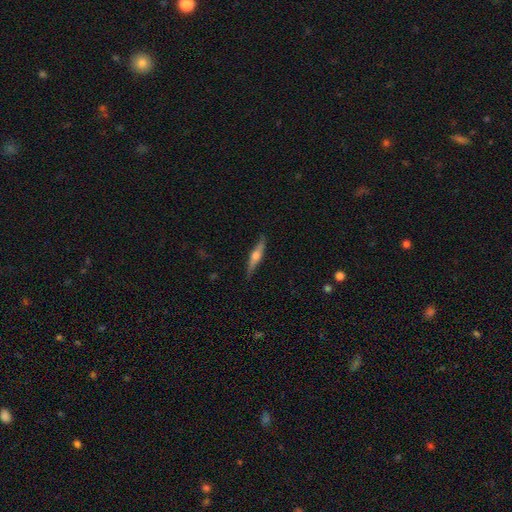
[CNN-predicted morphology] The model was most divided on "smooth or featured": featured or disk: 61%, smooth: 33%, star or artifact: 6%. More confident: edge-on disk — yes (95%); edge-on bulge — rounded (90%); merging — none (84%).